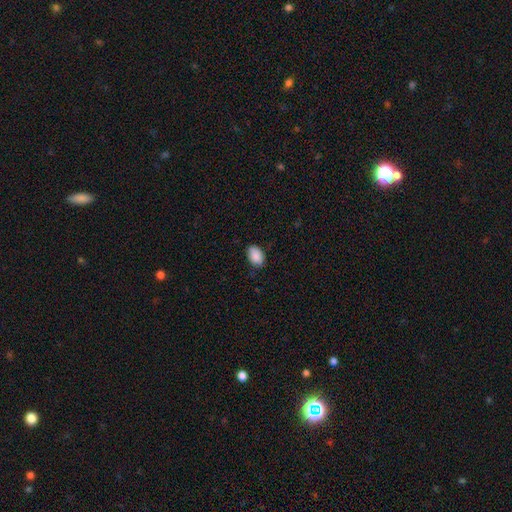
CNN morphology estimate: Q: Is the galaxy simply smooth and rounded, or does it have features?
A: smooth — 89%.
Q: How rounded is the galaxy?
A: in between — 88%.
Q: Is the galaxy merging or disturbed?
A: none — 83%.